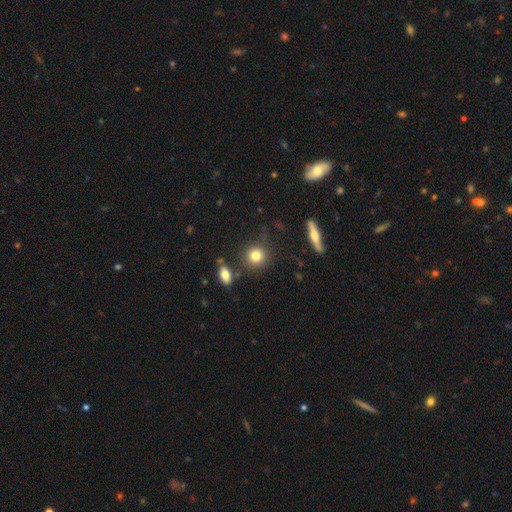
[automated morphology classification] Smooth or featured? smooth (81%)
How rounded? round (88%)
Merging? none (83%)